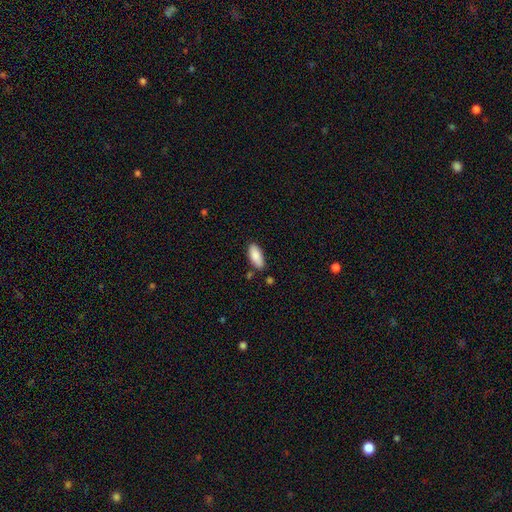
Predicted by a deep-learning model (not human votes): Smooth or featured: smooth — 88% (featured or disk — 6%)
How rounded: in between — 85% (cigar-shaped — 13%)
Merging: none — 80% (minor disturbance — 14%)